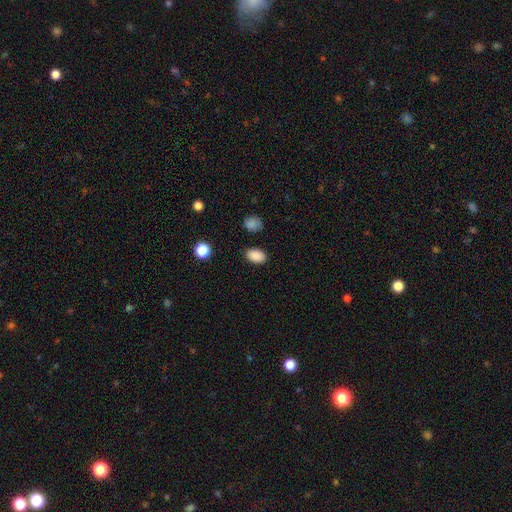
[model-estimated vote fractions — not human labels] Morphology: type=smooth (88%); roundness=in between (88%); merging=none (87%).